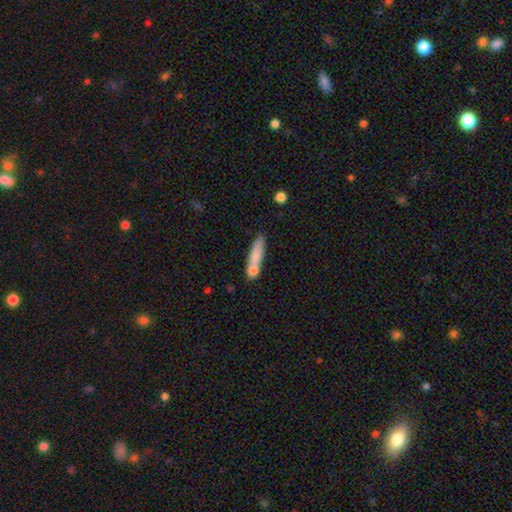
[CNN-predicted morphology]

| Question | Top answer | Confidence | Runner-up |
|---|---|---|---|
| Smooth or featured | smooth | 75% | featured or disk (18%) |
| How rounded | cigar-shaped | 77% | in between (20%) |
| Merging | none | 55% | merger (25%) |